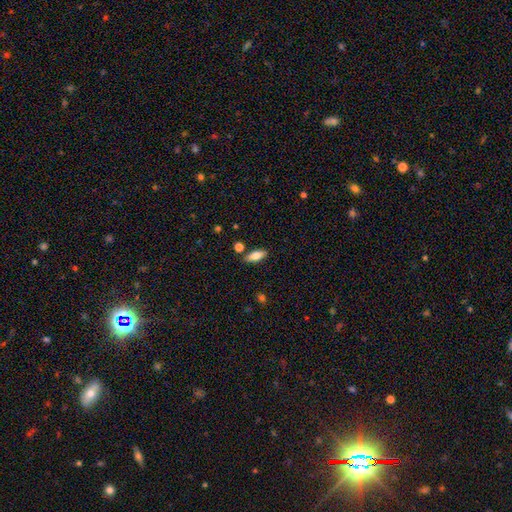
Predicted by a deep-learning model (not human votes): A smooth galaxy with no disk features (76%) that is in between round and cigar-shaped (78%).

Vote fractions:
- Smooth or featured? smooth: 76% / featured or disk: 17% / star or artifact: 7%
- How rounded? in between: 78% / cigar-shaped: 20% / round: 3%
- Merging? none: 83% / minor disturbance: 10% / merger: 4% / major disturbance: 2%